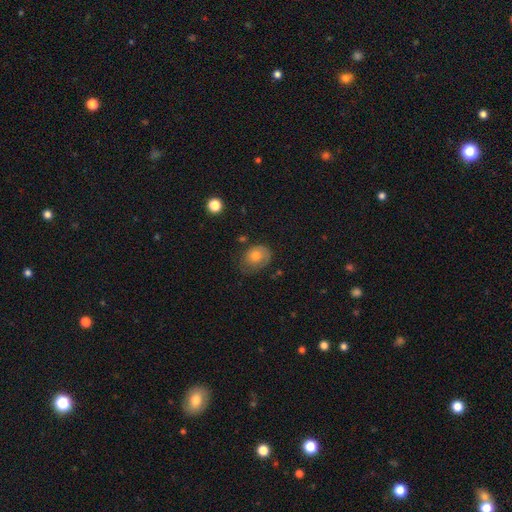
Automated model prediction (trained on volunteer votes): smooth-or-featured: smooth: 69% | featured or disk: 22% | star or artifact: 8%
  how-rounded: in between: 60% | round: 39% | cigar-shaped: 1%
  merging: none: 53% | minor disturbance: 32% | major disturbance: 13% | merger: 3%